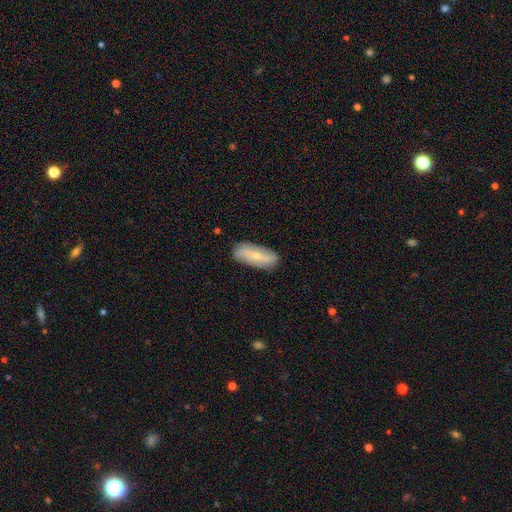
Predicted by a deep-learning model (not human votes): A featured or disk galaxy (54%). Merging: none (83%).